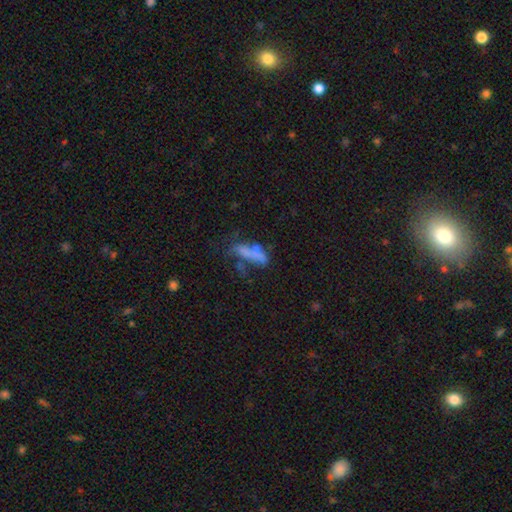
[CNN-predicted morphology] A smooth galaxy with no disk features (52%) that is in between round and cigar-shaped (50%). Merging: none (30%).